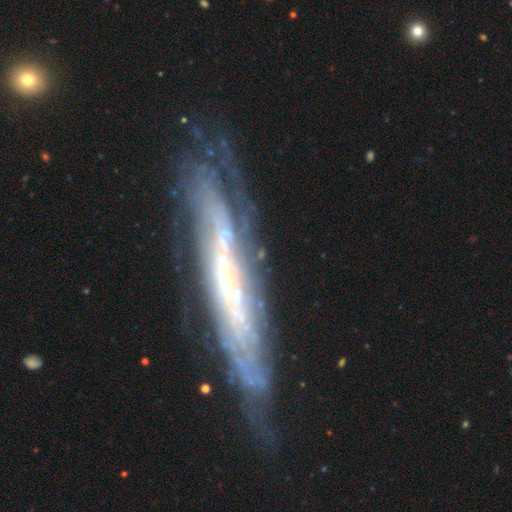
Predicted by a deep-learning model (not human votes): This is clearly a featured or disk galaxy (80%). It is possibly viewed edge-on (50%, tied with no). Merging: likely none (73%).